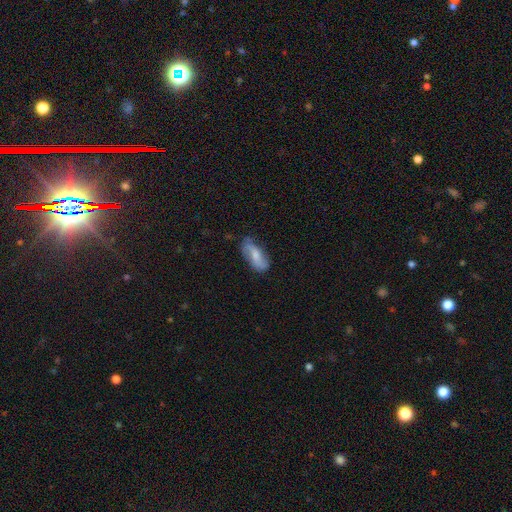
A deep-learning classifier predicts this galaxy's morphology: Q: Smooth or featured?
A: smooth (51%); runner-up: featured or disk (42%)
Q: How rounded?
A: in between (80%); runner-up: cigar-shaped (17%)
Q: Merging?
A: none (71%); runner-up: minor disturbance (22%)